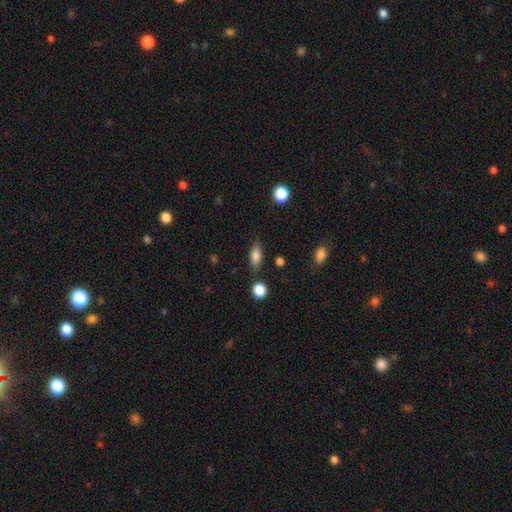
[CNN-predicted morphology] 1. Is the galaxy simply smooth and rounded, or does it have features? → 80% smooth, 12% featured or disk, 9% star or artifact.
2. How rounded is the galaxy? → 75% in between, 19% cigar-shaped, 6% round.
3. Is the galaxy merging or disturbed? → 79% none, 14% minor disturbance, 4% major disturbance, 3% merger.